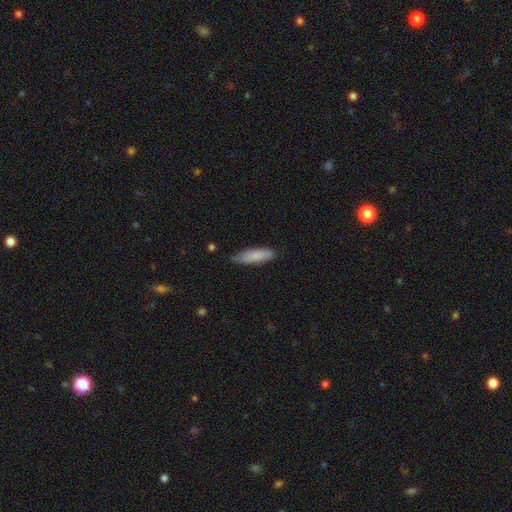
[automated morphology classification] Smooth or featured: smooth — 83% (featured or disk — 11%)
How rounded: cigar-shaped — 60% (in between — 39%)
Merging: none — 72% (minor disturbance — 23%)